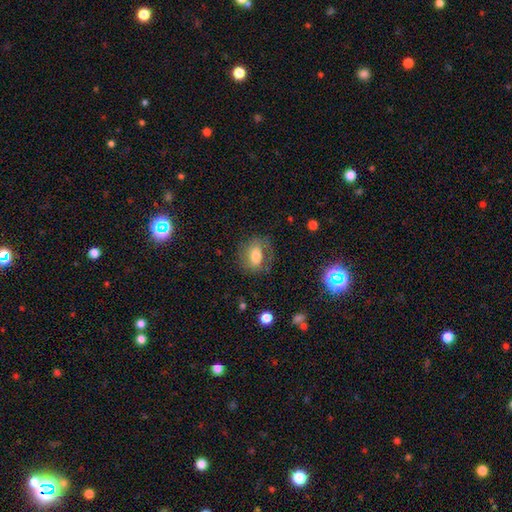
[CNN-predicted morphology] smooth-or-featured: featured or disk: 45% (tied) | smooth: 45% (tied) | star or artifact: 9%
  merging: none: 70% | minor disturbance: 17% | major disturbance: 11% | merger: 2%